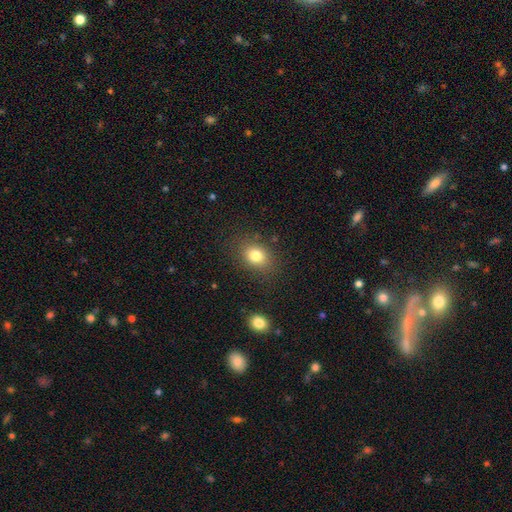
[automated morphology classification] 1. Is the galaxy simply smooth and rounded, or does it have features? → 80% smooth, 12% star or artifact, 9% featured or disk.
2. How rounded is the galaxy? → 53% in between, 46% round, 1% cigar-shaped.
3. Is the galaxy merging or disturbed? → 83% none, 11% minor disturbance, 4% major disturbance, 2% merger.